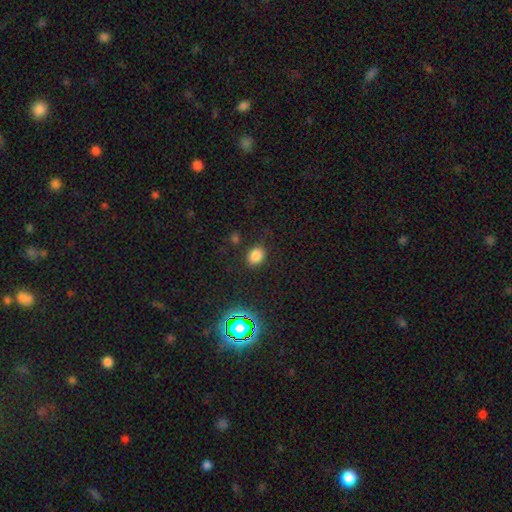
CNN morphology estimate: Overall: smooth (79%). How rounded: in between (52%; round 47%). Merging: none (82%).